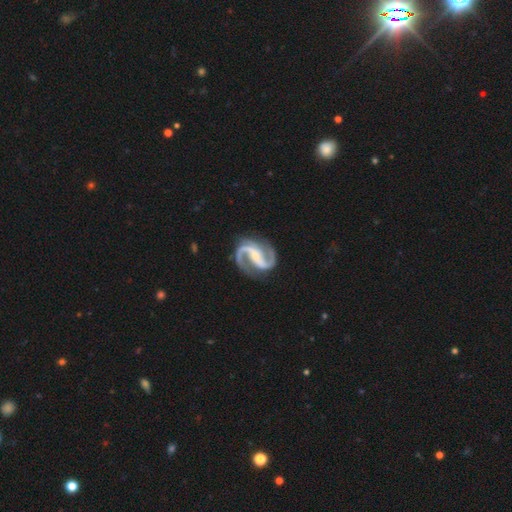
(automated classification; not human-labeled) Morphology: type=featured or disk (94%); edge-on=no (98%); bar=strong (41%); spiral arms=yes (99%); winding=medium (60%); arm count=2 (94%); bulge=small (65%); merging=none (82%).